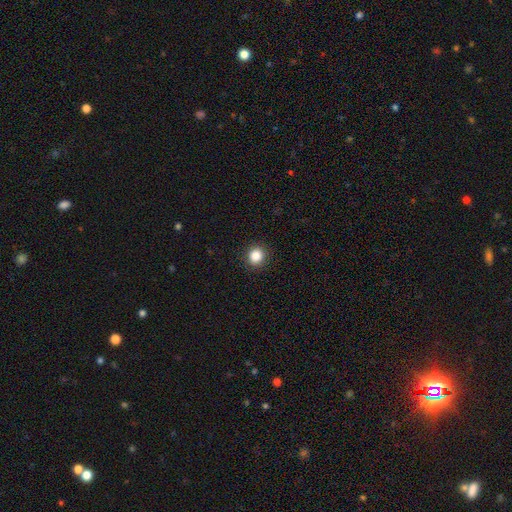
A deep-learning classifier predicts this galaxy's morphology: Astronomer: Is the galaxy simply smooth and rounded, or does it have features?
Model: smooth — 84%.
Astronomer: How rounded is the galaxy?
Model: round — 85%.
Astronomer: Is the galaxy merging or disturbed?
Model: none — 92%.